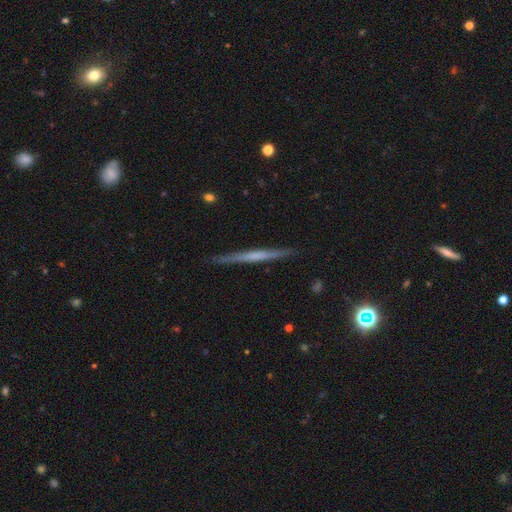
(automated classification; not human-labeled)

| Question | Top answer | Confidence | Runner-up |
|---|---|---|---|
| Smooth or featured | featured or disk | 60% | smooth (34%) |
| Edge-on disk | yes | 97% | no (3%) |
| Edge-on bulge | none | 73% | rounded (17%) |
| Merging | none | 89% | minor disturbance (8%) |